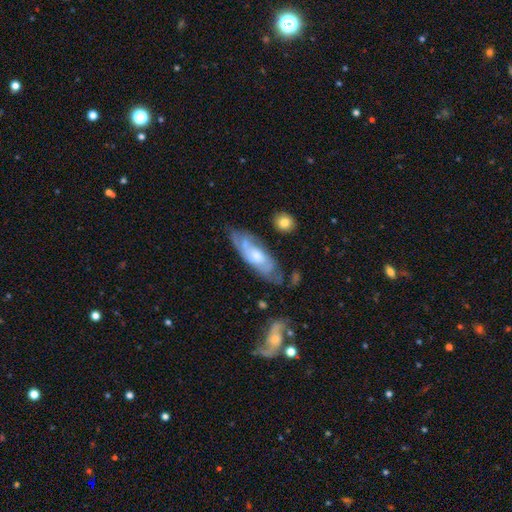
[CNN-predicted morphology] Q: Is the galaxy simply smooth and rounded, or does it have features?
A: featured or disk — 63%.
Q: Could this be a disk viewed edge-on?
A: no — 80%.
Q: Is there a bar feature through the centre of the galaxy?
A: no — 71%.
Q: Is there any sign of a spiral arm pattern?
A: yes — 78%.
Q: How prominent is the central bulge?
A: moderate — 50%.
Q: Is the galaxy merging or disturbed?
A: none — 63%.